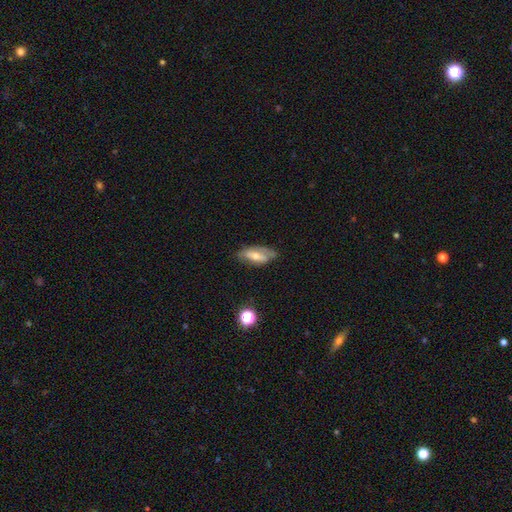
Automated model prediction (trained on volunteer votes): Smooth or featured: featured or disk — 49% (smooth — 43%)
Merging: none — 65% (minor disturbance — 25%)